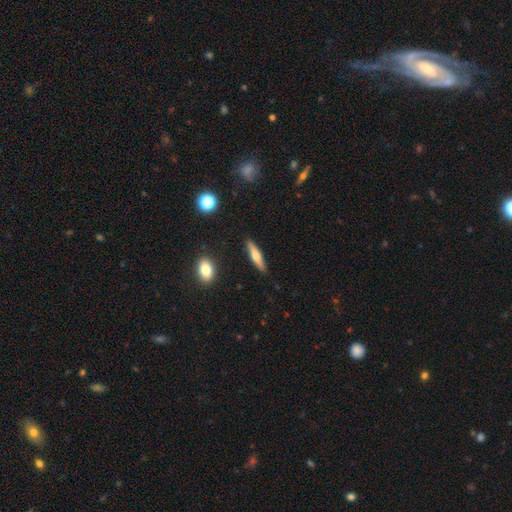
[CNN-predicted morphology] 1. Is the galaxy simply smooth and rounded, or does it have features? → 50% smooth, 44% featured or disk, 6% star or artifact.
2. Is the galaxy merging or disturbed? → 88% none, 8% minor disturbance, 2% major disturbance, 2% merger.